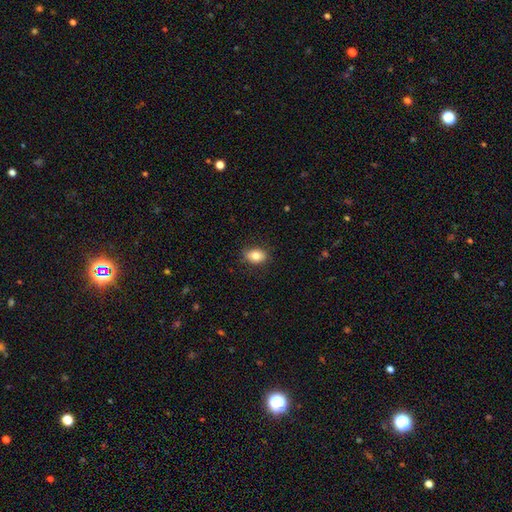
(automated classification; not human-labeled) Smooth or featured? Predicted: smooth (p=0.82). How rounded? Predicted: in between (p=0.79). Merging? Predicted: none (p=0.84).